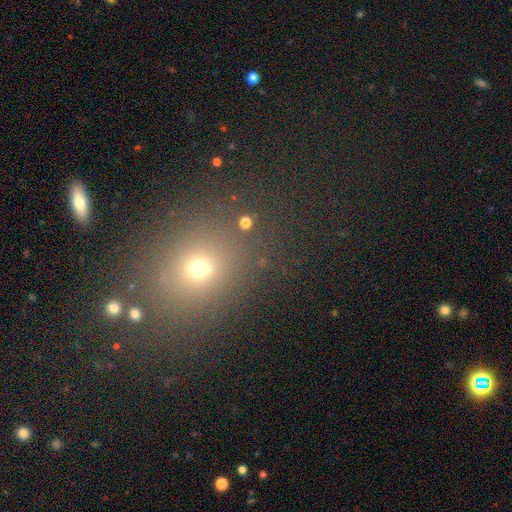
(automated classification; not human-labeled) Q: Smooth or featured?
A: smooth (56%); runner-up: star or artifact (34%)
Q: How rounded?
A: round (54%); runner-up: in between (45%)
Q: Merging?
A: none (82%); runner-up: minor disturbance (9%)